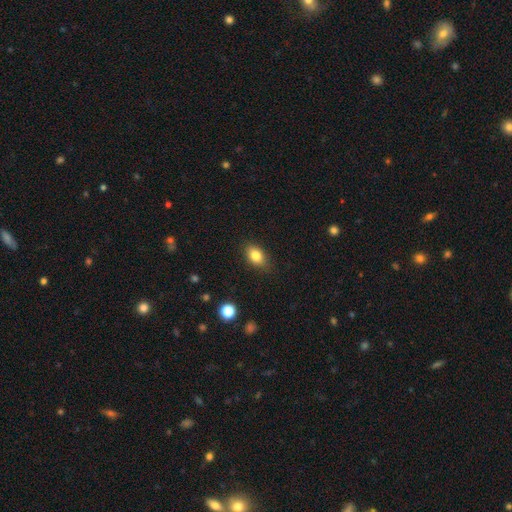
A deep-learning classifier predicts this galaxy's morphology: Smooth or featured: smooth — 82% (star or artifact — 9%)
How rounded: in between — 82% (round — 16%)
Merging: none — 84% (minor disturbance — 12%)